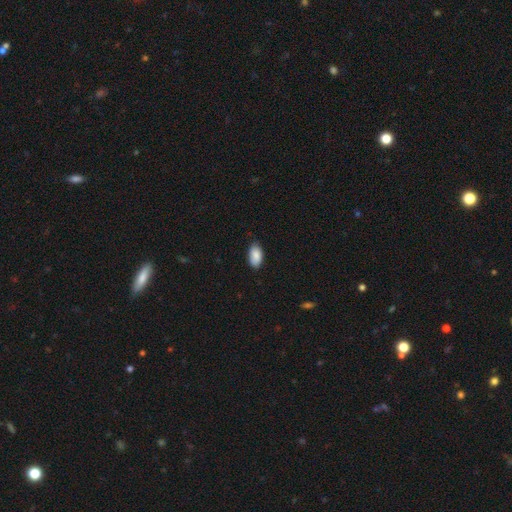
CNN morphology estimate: A smooth galaxy with no disk features (88%) that is in between round and cigar-shaped (95%).

Vote fractions:
- Smooth or featured? smooth: 88% / star or artifact: 6% / featured or disk: 6%
- How rounded? in between: 95% / round: 3% / cigar-shaped: 2%
- Merging? none: 81% / minor disturbance: 16% / major disturbance: 2% / merger: 1%